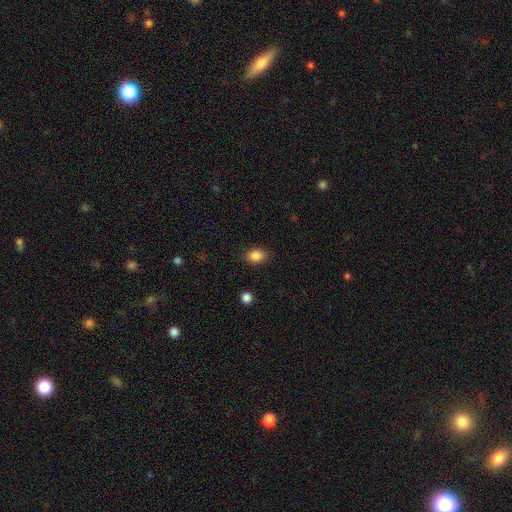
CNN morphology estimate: smooth-or-featured: smooth: 87% | star or artifact: 9% | featured or disk: 4%
  how-rounded: in between: 73% | round: 26% | cigar-shaped: 1%
  merging: none: 87% | minor disturbance: 9% | major disturbance: 3% | merger: 1%